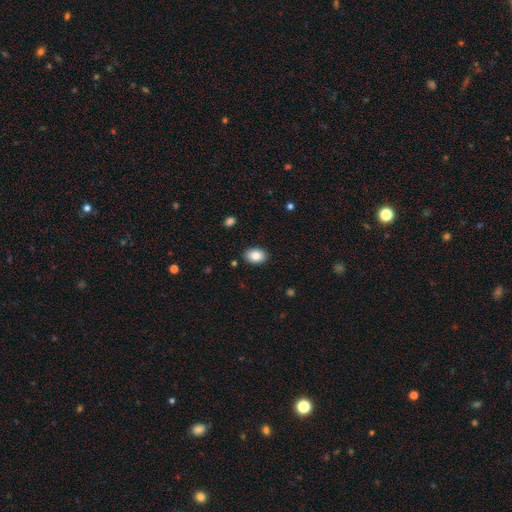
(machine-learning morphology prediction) Smooth or featured? Predicted: smooth (p=0.85). How rounded? Predicted: in between (p=0.76). Merging? Predicted: none (p=0.89).